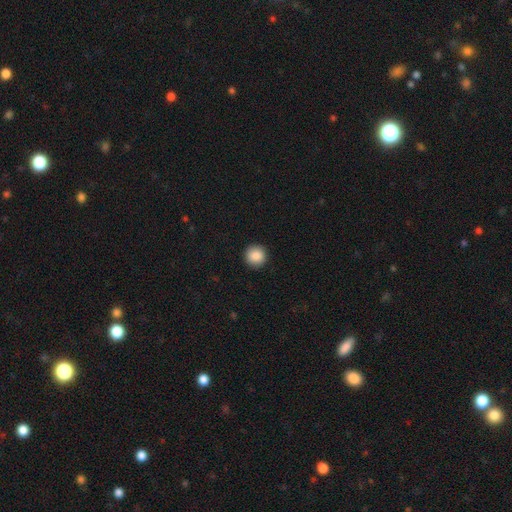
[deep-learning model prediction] Smooth or featured? smooth (88%)
How rounded? round (95%)
Merging? none (92%)